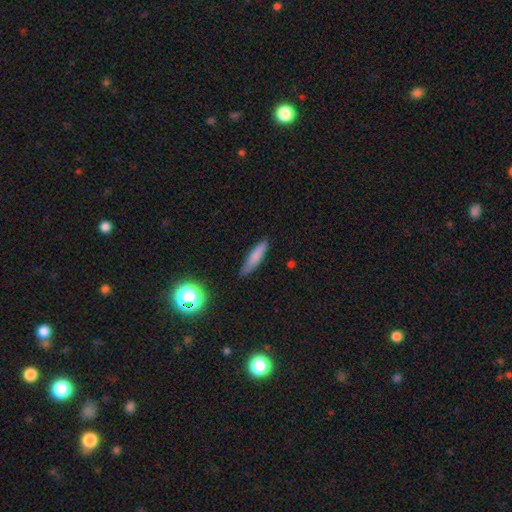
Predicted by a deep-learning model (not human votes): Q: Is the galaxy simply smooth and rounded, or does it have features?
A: smooth — 77%.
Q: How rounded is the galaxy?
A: cigar-shaped — 82%.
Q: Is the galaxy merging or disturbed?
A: none — 82%.